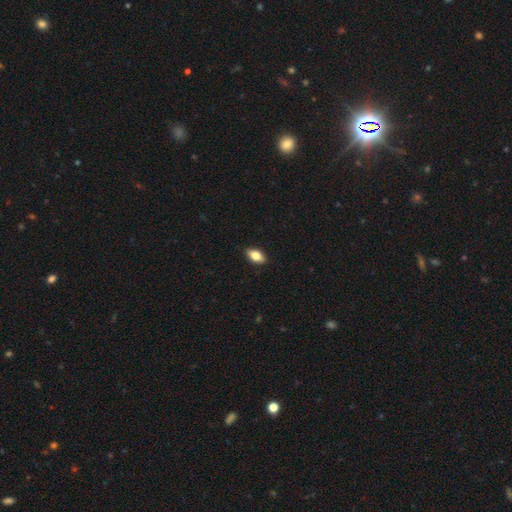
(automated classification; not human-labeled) Morphology: type=smooth (77%); roundness=in between (89%); merging=none (89%).